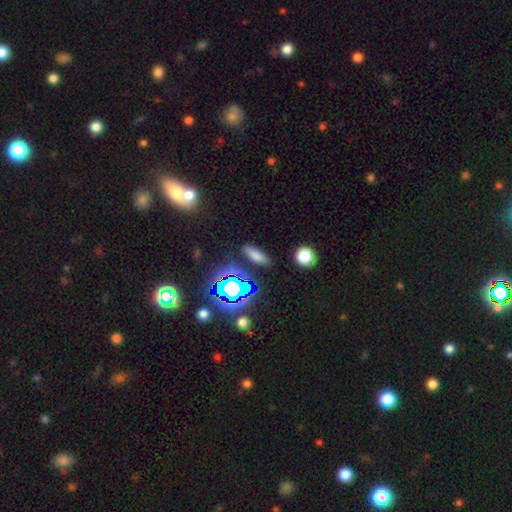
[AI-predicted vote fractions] Smooth or featured? smooth (65%)
How rounded? in between (55%)
Merging? none (84%)